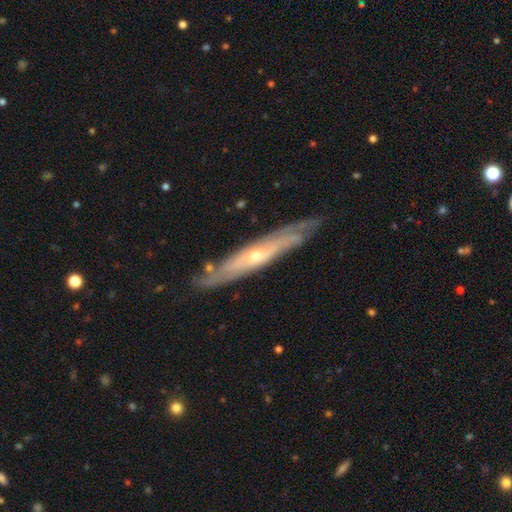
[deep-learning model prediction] featured or disk 79%, smooth 15%, star or artifact 6%. Down the decision tree: edge-on disk — yes (59%); merging — none (81%).